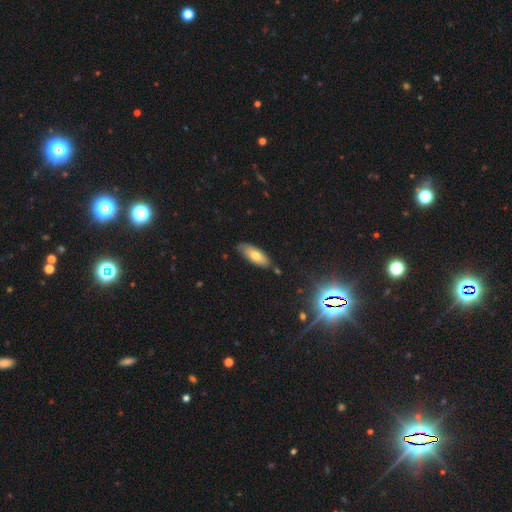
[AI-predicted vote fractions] Smooth or featured?
  - smooth: 69% *
  - featured or disk: 23%
  - star or artifact: 8%
How rounded?
  - in between: 71% *
  - cigar-shaped: 27%
  - round: 2%
Merging?
  - none: 79% *
  - minor disturbance: 16%
  - major disturbance: 3%
  - merger: 2%